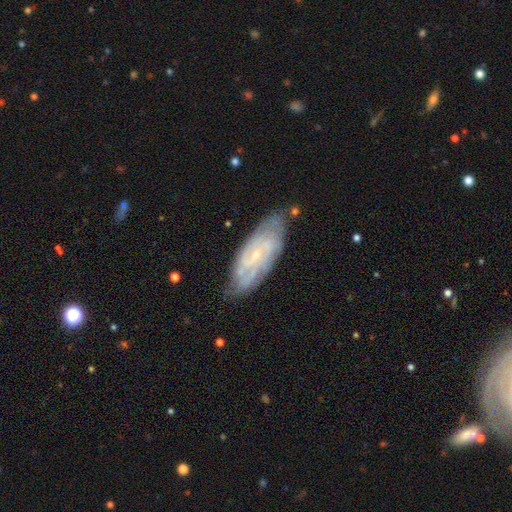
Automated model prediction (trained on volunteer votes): Overall: featured or disk (76%). Edge-on disk: no (89%). Bar: no (56%; weak 36%). Spiral arms: yes (88%). Spiral arm count: can't tell (48%; 2 23%). Spiral winding: tight (61%; medium 30%). Bulge size: small (80%). Merging: none (73%).